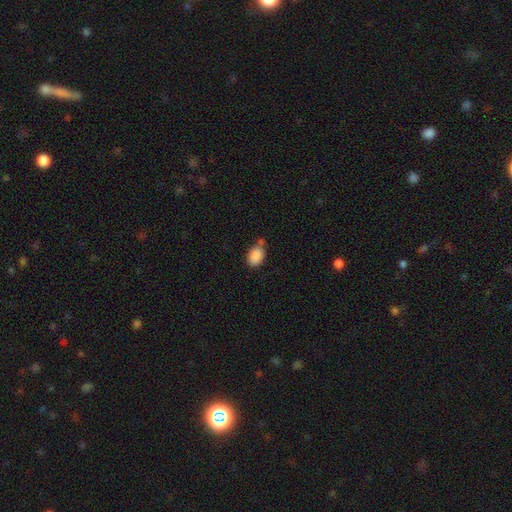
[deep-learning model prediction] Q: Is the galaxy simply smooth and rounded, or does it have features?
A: smooth — 88%.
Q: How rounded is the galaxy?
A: in between — 81%.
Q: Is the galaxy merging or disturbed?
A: none — 61%.